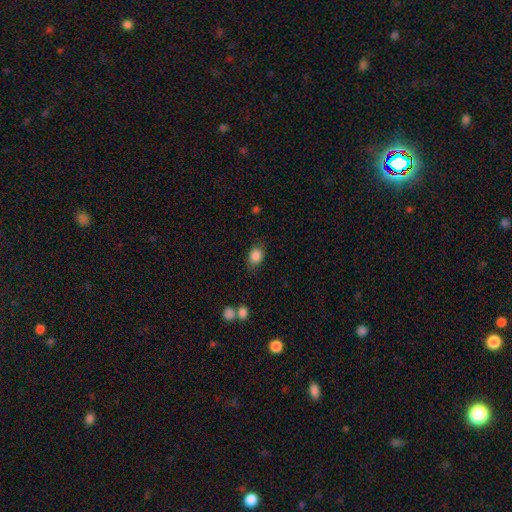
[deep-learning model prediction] Overall: smooth (85%). How rounded: in between (64%; round 34%). Merging: none (77%).